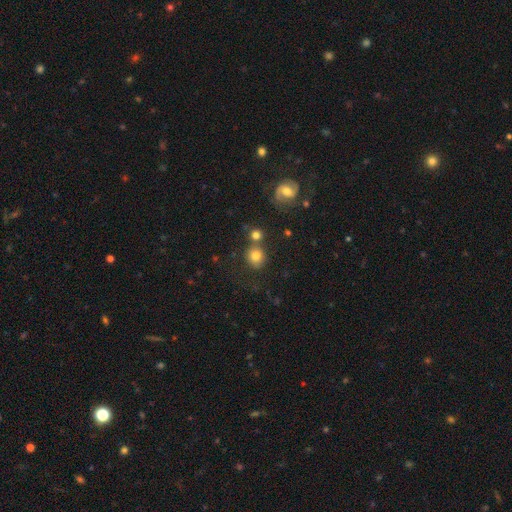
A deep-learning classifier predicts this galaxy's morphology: Smooth or featured?
  - smooth: 78% *
  - star or artifact: 12%
  - featured or disk: 11%
How rounded?
  - round: 83% *
  - in between: 16%
  - cigar-shaped: 1%
Merging?
  - none: 65% *
  - merger: 20%
  - minor disturbance: 11%
  - major disturbance: 5%